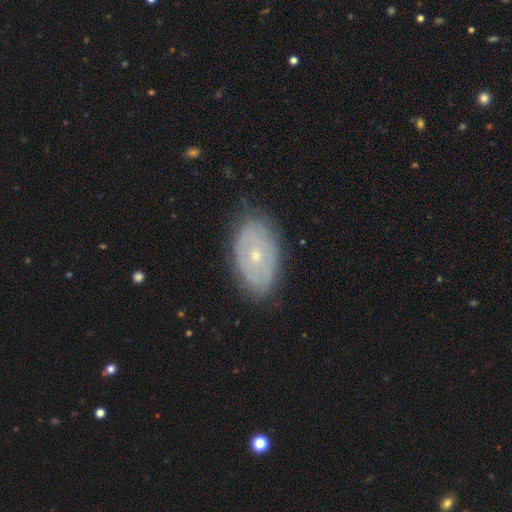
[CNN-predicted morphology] A featured or disk galaxy (62%) with no bar (83%), no spiral arms (51%) and a small central bulge (61%).

Vote fractions:
- Smooth or featured? featured or disk: 62% / smooth: 30% / star or artifact: 7%
- Edge-on disk? no: 92% / yes: 8%
- Bar? no: 83% / weak: 13% / strong: 3%
- Spiral arms? no: 51% / yes: 49%
- Bulge size? small: 61% / moderate: 36% / large: 1% / none: 1% / dominant: 1%
- Merging? none: 79% / minor disturbance: 16% / major disturbance: 4% / merger: 1%